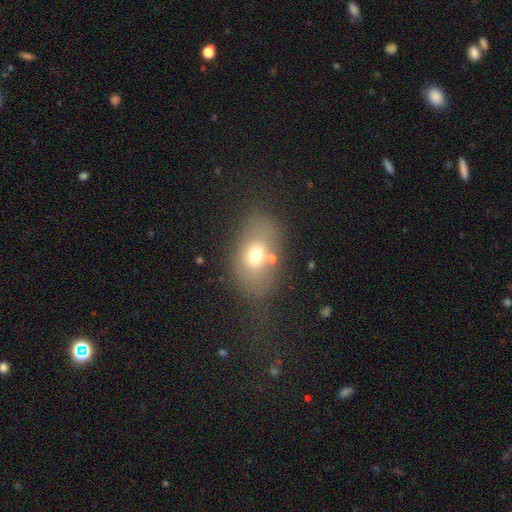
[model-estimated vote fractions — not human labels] Smooth or featured? Predicted: smooth (p=0.64). How rounded? Predicted: in between (p=0.77). Merging? Predicted: none (p=0.57).